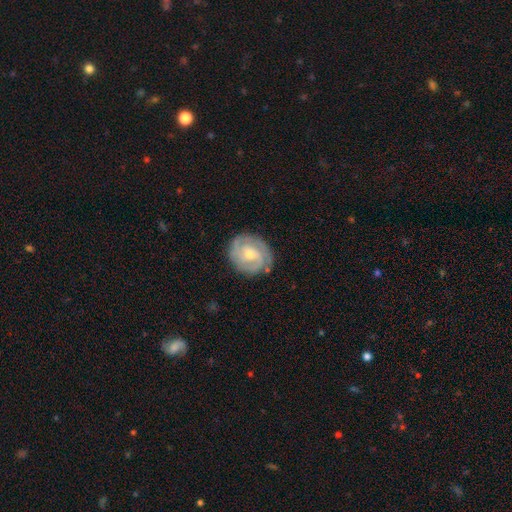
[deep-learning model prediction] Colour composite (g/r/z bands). It shows a featured or disk galaxy (83%) with no bar (60%), 2 (40%) tight (70%) spiral arms (96%) and a moderate central bulge (50%). Merging: none (82%).